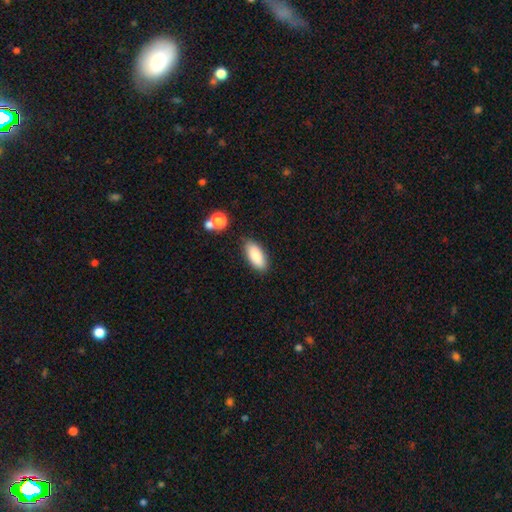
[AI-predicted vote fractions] A smooth galaxy with no disk features (86%) that is in between round and cigar-shaped (84%).

Vote fractions:
- Smooth or featured? smooth: 86% / featured or disk: 7% / star or artifact: 7%
- How rounded? in between: 84% / cigar-shaped: 14% / round: 2%
- Merging? none: 84% / minor disturbance: 11% / merger: 3% / major disturbance: 3%